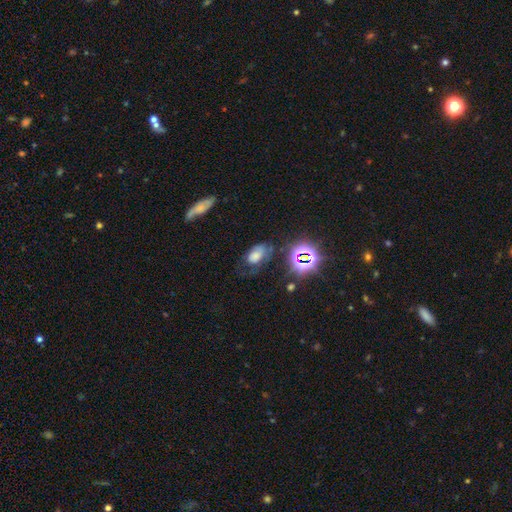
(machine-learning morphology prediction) Smooth or featured? Predicted: smooth (p=0.55). How rounded? Predicted: in between (p=0.87). Merging? Predicted: none (p=0.39).